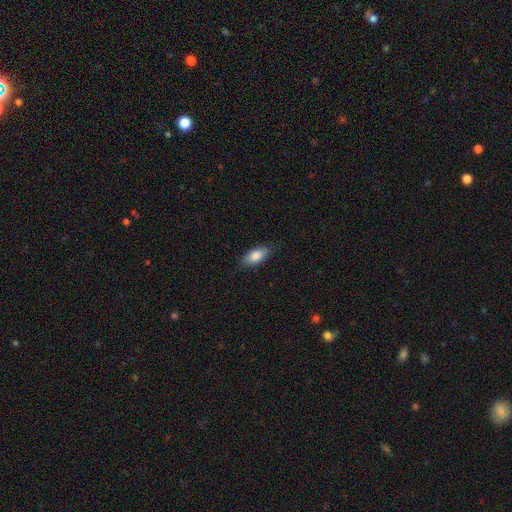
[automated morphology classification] Overall: smooth (85%). How rounded: in between (87%). Merging: none (83%).